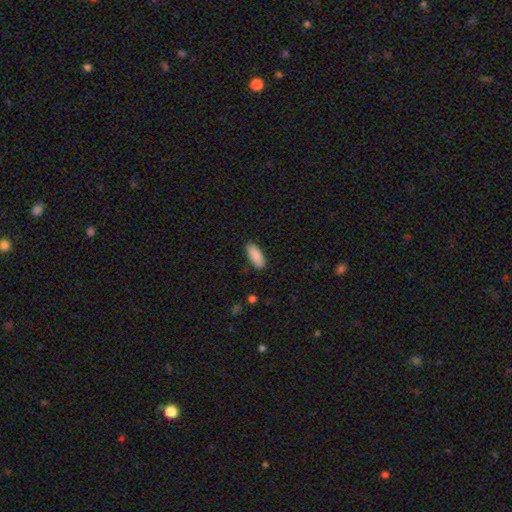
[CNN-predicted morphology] The model was most divided on "how rounded": in between: 80%, cigar-shaped: 19%, round: 2%. More confident: smooth or featured — smooth (88%); merging — none (87%).